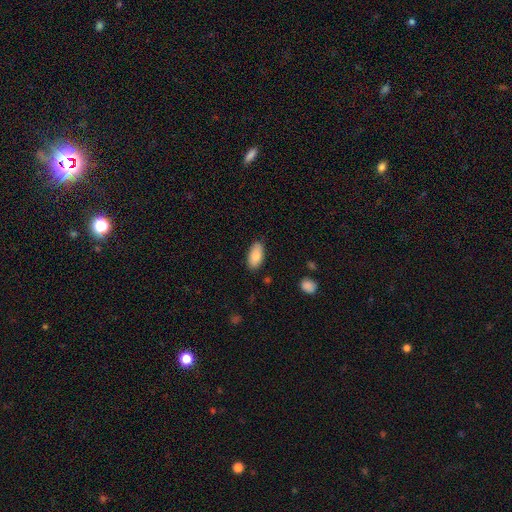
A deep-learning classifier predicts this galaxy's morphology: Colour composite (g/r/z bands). It shows a smooth galaxy with no disk features (85%) that is in between round and cigar-shaped (93%). Merging: none (85%).